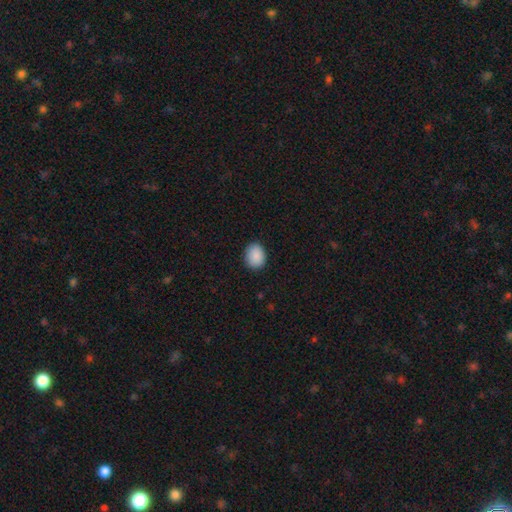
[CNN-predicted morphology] smooth 90%, star or artifact 7%, featured or disk 3%. Down the decision tree: how rounded — in between (55%); merging — none (88%).